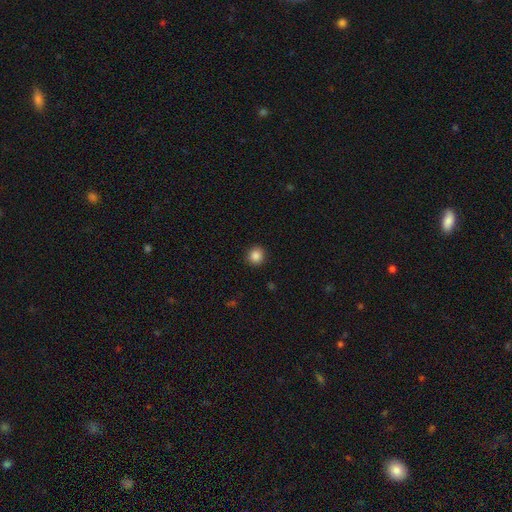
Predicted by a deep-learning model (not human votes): smooth_or_featured: smooth (p=0.87) [alt: star or artifact p=0.10]
how_rounded: round (p=0.92) [alt: in between p=0.07]
merging: none (p=0.92) [alt: minor disturbance p=0.05]